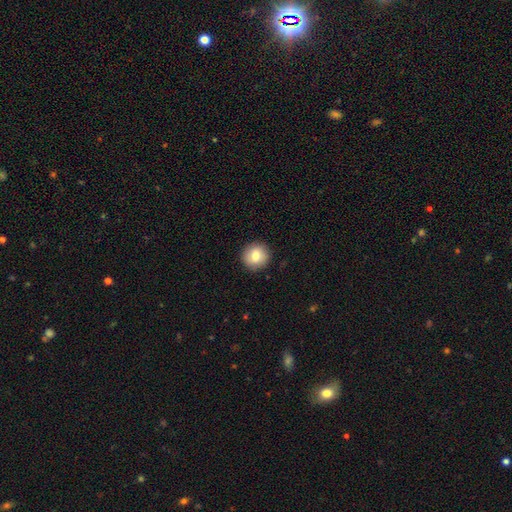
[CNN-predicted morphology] Q: Smooth or featured?
A: smooth (80%); runner-up: featured or disk (11%)
Q: How rounded?
A: round (91%); runner-up: in between (8%)
Q: Merging?
A: none (91%); runner-up: minor disturbance (6%)